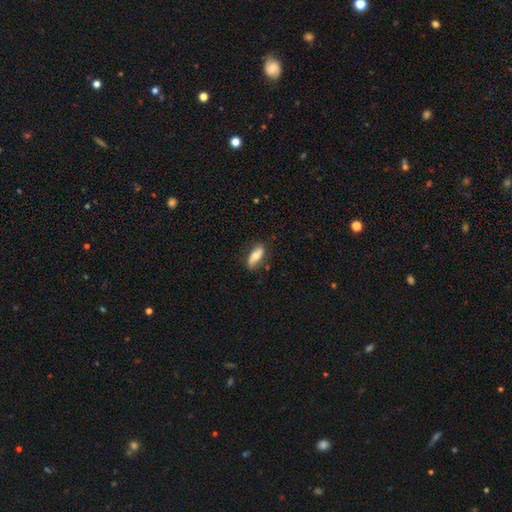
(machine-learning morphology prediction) Q: Smooth or featured?
A: smooth (63%); runner-up: featured or disk (31%)
Q: How rounded?
A: in between (72%); runner-up: cigar-shaped (25%)
Q: Merging?
A: none (79%); runner-up: minor disturbance (16%)